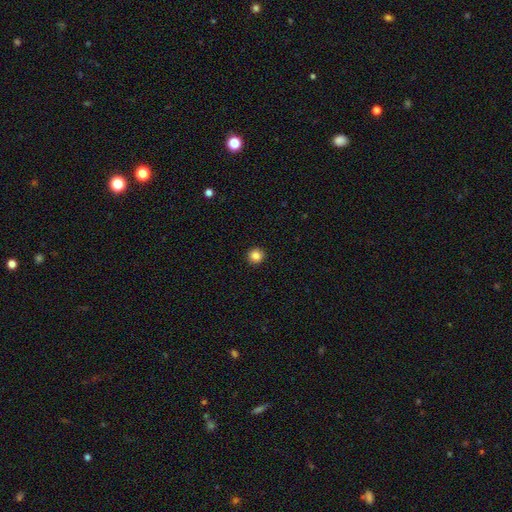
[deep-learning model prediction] This is clearly a smooth galaxy (85%). How rounded: clearly round (94%). Merging: clearly none (93%).